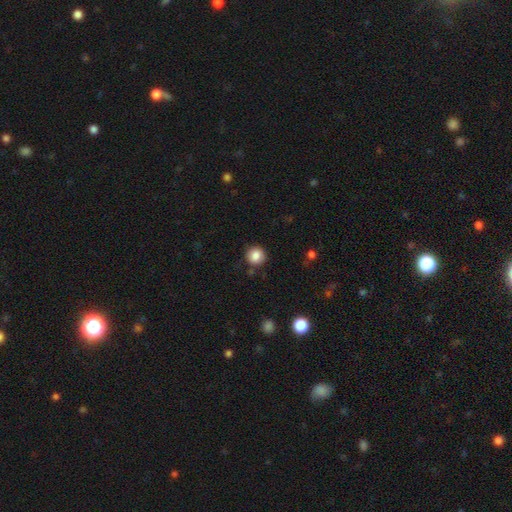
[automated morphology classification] smooth 86%, star or artifact 10%, featured or disk 4%. Down the decision tree: how rounded — round (92%); merging — none (87%).